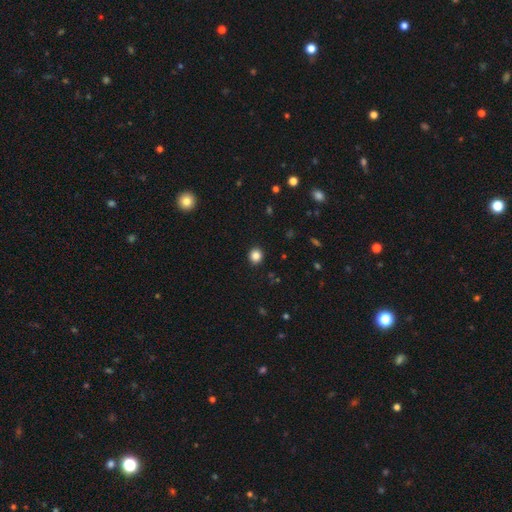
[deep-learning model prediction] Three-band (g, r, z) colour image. It shows a smooth galaxy with no disk features (85%) that is round (86%). Merging: none (92%).